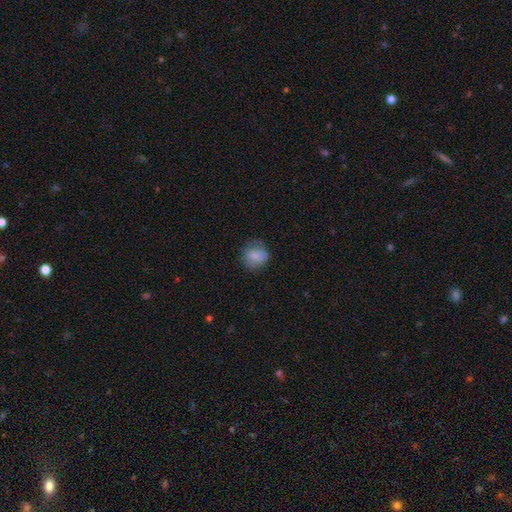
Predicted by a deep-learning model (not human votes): Q: Smooth or featured?
A: smooth (78%); runner-up: featured or disk (14%)
Q: How rounded?
A: round (70%); runner-up: in between (29%)
Q: Merging?
A: none (66%); runner-up: minor disturbance (23%)